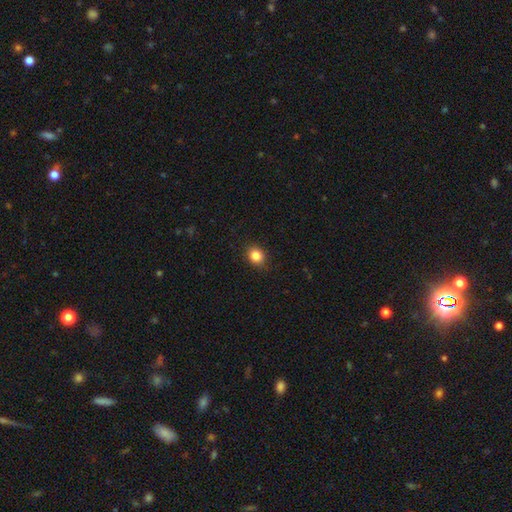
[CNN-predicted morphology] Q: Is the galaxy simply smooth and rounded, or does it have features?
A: smooth — 85%.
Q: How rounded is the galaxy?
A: round — 66%.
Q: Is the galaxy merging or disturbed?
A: none — 88%.